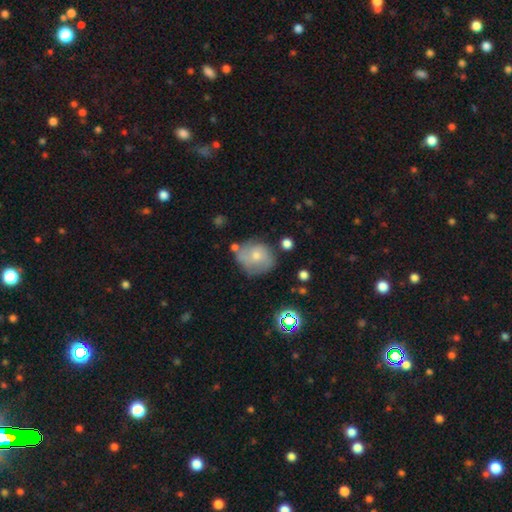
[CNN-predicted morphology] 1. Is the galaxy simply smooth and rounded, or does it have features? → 55% smooth, 35% featured or disk, 10% star or artifact.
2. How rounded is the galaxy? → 74% round, 25% in between, 1% cigar-shaped.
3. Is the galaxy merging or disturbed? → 55% none, 27% minor disturbance, 10% major disturbance, 8% merger.